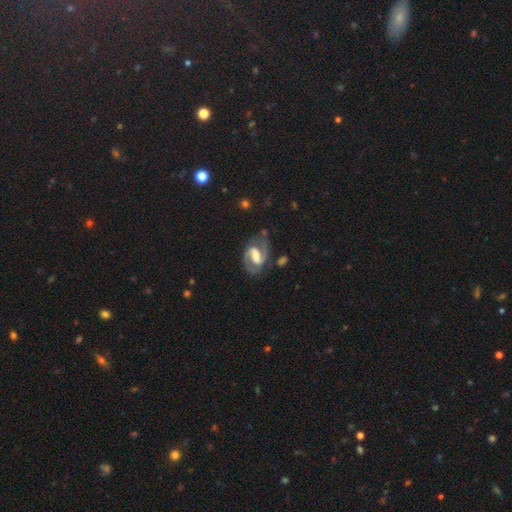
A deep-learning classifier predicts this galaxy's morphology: This is clearly a featured or disk galaxy (90%). It is clearly not viewed edge-on (98%). Bar: possibly strong (48%). Spiral arm pattern: clearly yes (97%). Spiral arm count: clearly 2 (93%). Spiral winding: possibly medium (60%). Central bulge: possibly moderate (50%). Merging: likely none (76%).